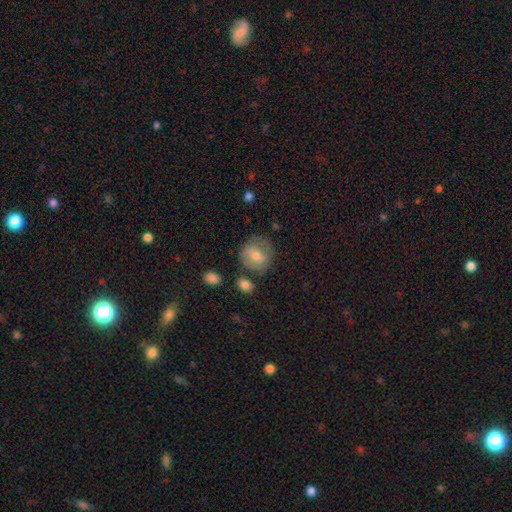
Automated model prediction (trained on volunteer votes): smooth 55%, featured or disk 36%, star or artifact 9%. Down the decision tree: how rounded — round (75%); merging — none (69%).